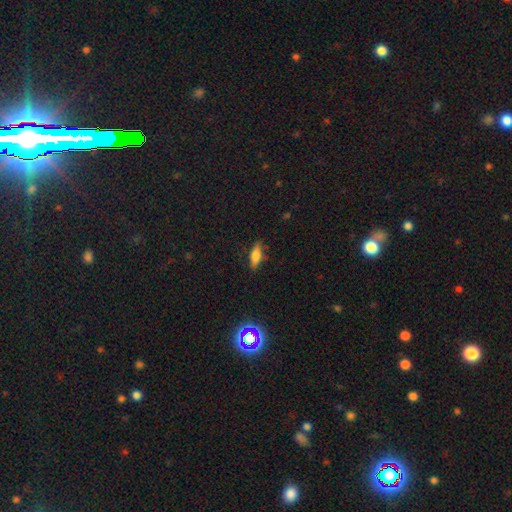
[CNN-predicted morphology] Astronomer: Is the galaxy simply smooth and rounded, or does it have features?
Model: smooth — 66%.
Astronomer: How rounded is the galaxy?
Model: in between — 60% (runner-up: cigar-shaped, 37%).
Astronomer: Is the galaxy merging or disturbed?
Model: none — 82%.